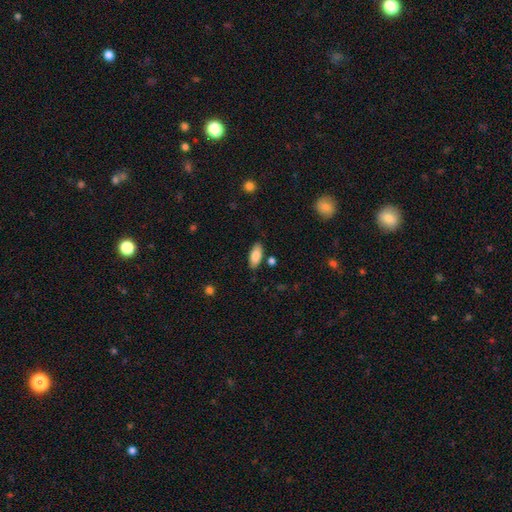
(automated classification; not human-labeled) This is clearly a smooth galaxy (86%). How rounded: clearly in between (87%). Merging: clearly none (83%).